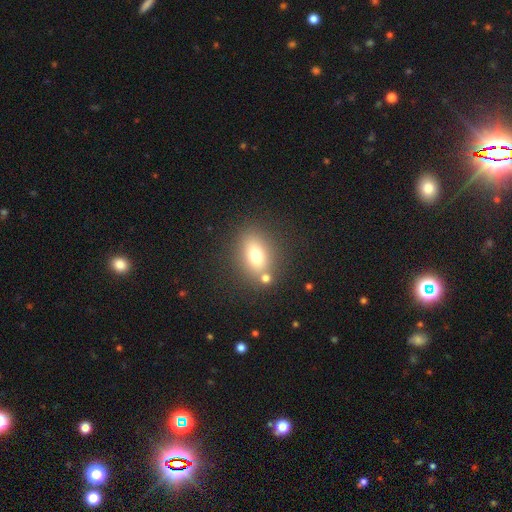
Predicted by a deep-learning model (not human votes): The model was most divided on "how rounded": in between: 74%, round: 22%, cigar-shaped: 4%. More confident: smooth or featured — smooth (73%); merging — none (72%).